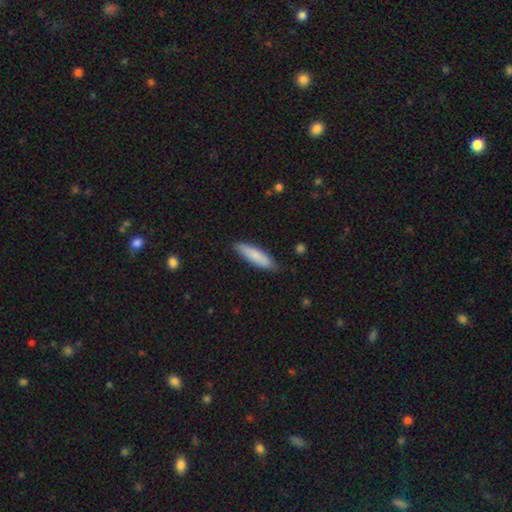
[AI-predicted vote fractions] The model was most divided on "how rounded": cigar-shaped: 72%, in between: 27%, round: 1%. More confident: merging — none (86%); smooth or featured — smooth (83%).